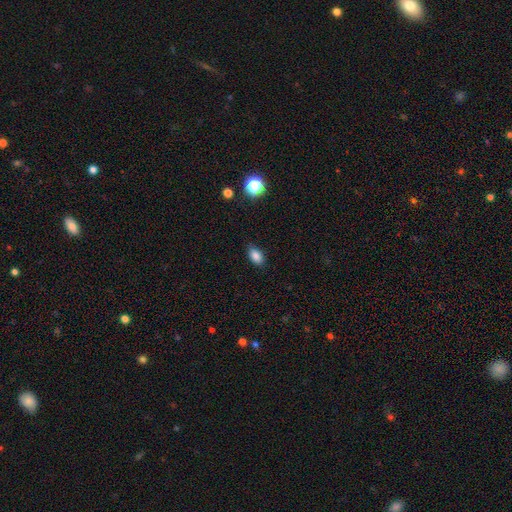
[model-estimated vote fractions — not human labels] This appears to be a smooth galaxy with no disk features (84%) that is in between round and cigar-shaped (87%). Merging: none (83%).